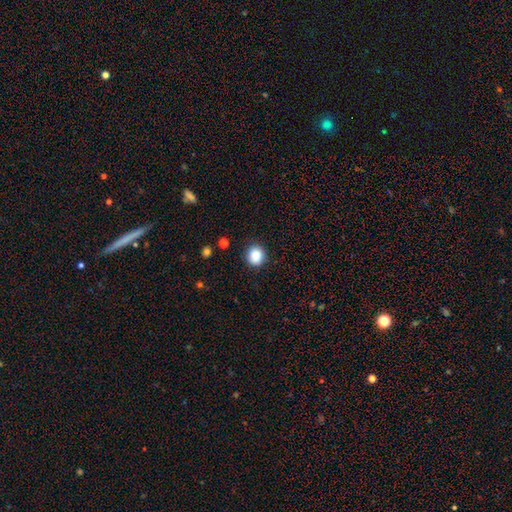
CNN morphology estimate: Q: Smooth or featured?
A: smooth (87%); runner-up: star or artifact (9%)
Q: How rounded?
A: round (80%); runner-up: in between (19%)
Q: Merging?
A: none (87%); runner-up: minor disturbance (9%)